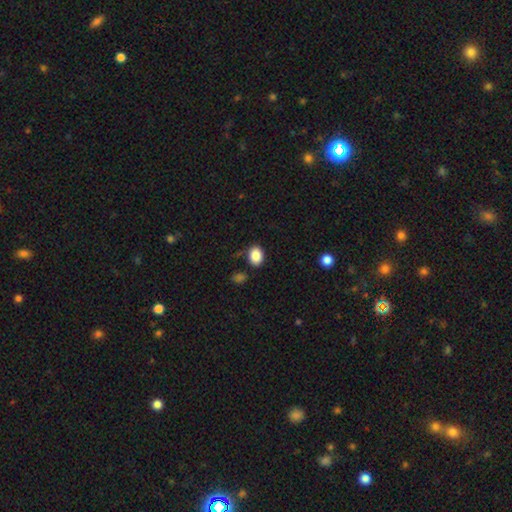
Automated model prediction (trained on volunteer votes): Smooth or featured: smooth — 87% (star or artifact — 8%)
How rounded: in between — 67% (round — 32%)
Merging: none — 82% (minor disturbance — 11%)